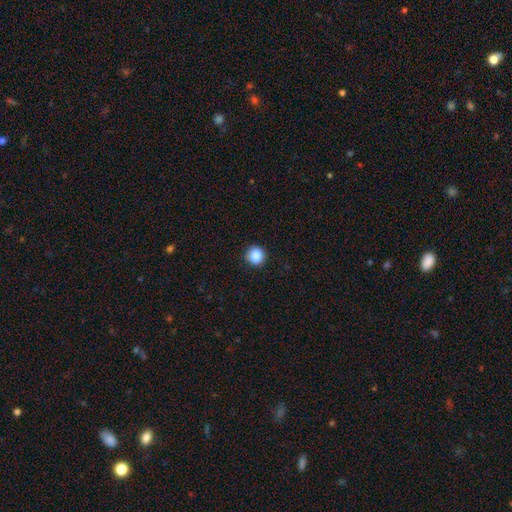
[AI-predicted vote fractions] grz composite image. It shows a smooth galaxy with no disk features (85%) that is round (86%). Merging: none (90%).